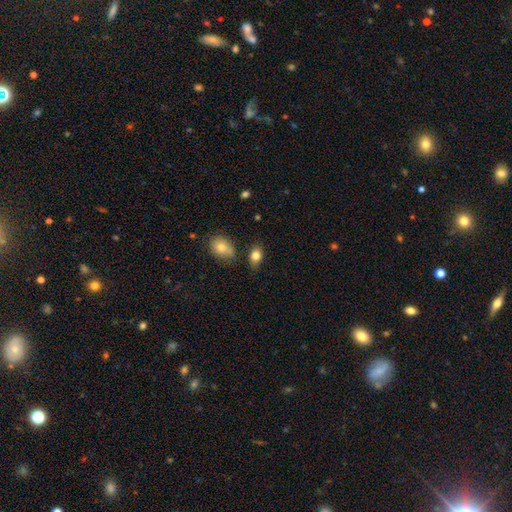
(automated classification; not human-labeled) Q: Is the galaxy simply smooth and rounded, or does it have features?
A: smooth — 82%.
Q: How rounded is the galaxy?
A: in between — 78%.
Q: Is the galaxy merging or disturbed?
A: none — 74%.